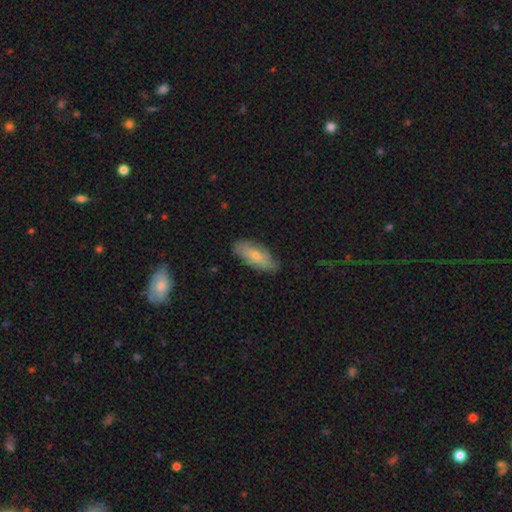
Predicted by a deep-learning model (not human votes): Smooth or featured: smooth — 61% (featured or disk — 33%)
How rounded: in between — 81% (cigar-shaped — 16%)
Merging: none — 79% (minor disturbance — 17%)